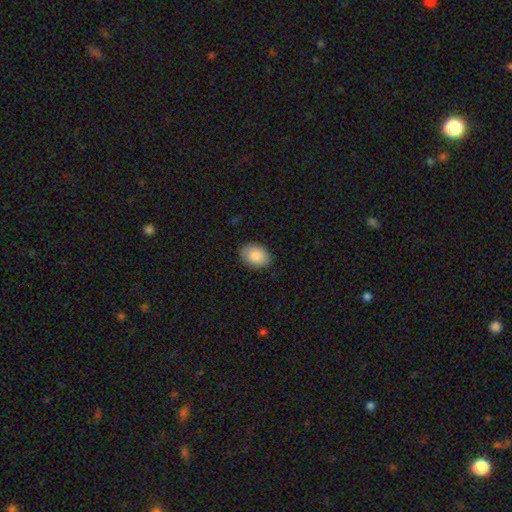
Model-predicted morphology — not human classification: The model was most divided on "how rounded": in between: 76%, round: 23%, cigar-shaped: 1%. More confident: smooth or featured — smooth (87%); merging — none (86%).